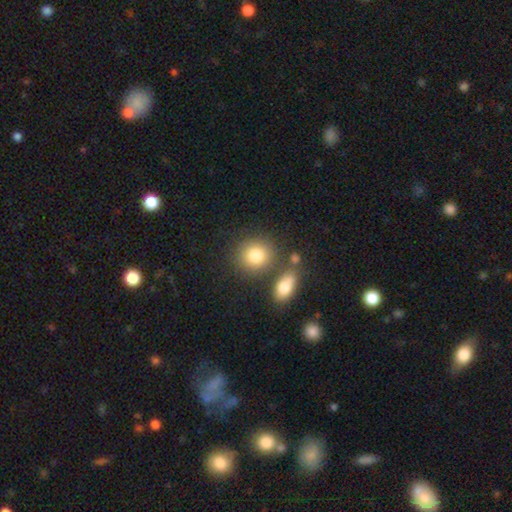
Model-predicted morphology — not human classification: Q: Smooth or featured?
A: smooth (82%); runner-up: star or artifact (10%)
Q: How rounded?
A: round (78%); runner-up: in between (21%)
Q: Merging?
A: none (70%); runner-up: merger (15%)